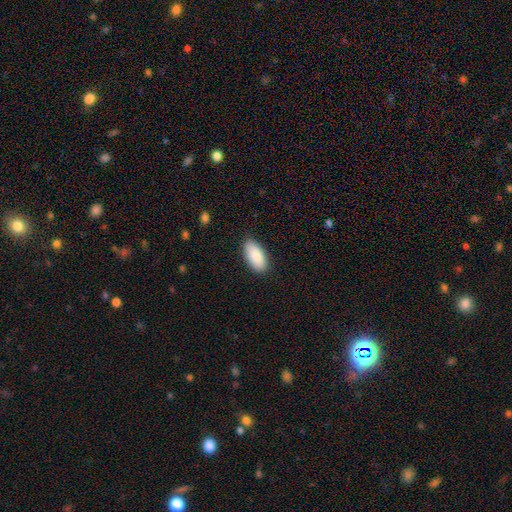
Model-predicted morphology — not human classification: type=smooth (89%); roundness=in between (92%); merging=none (87%).